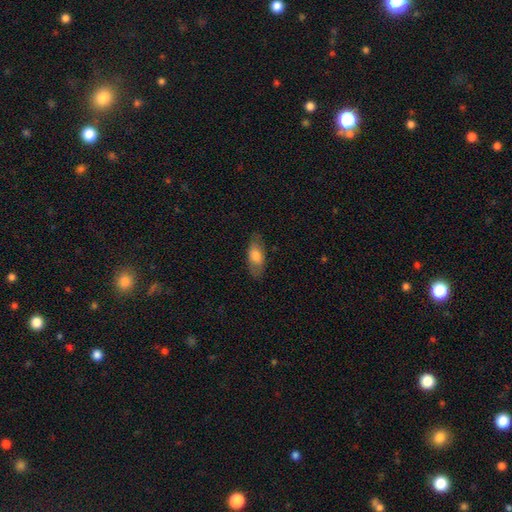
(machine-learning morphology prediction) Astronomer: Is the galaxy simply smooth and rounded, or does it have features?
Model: smooth — 72%.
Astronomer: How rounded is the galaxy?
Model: in between — 83%.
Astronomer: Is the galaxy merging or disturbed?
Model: none — 81%.